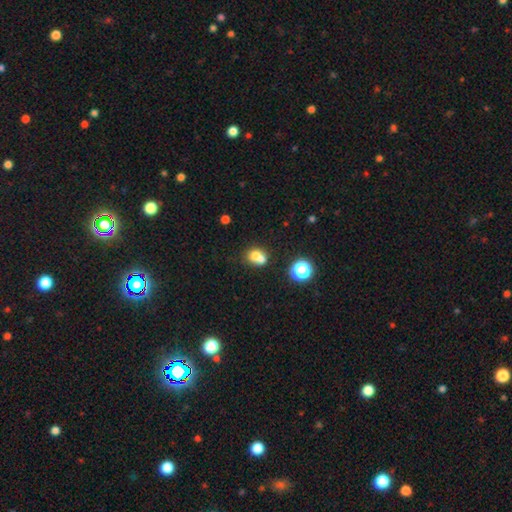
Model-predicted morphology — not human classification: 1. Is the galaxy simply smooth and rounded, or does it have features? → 69% smooth, 17% featured or disk, 13% star or artifact.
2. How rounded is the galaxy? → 68% round, 31% in between, 1% cigar-shaped.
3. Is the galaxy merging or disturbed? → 59% merger, 31% none, 7% minor disturbance, 3% major disturbance.